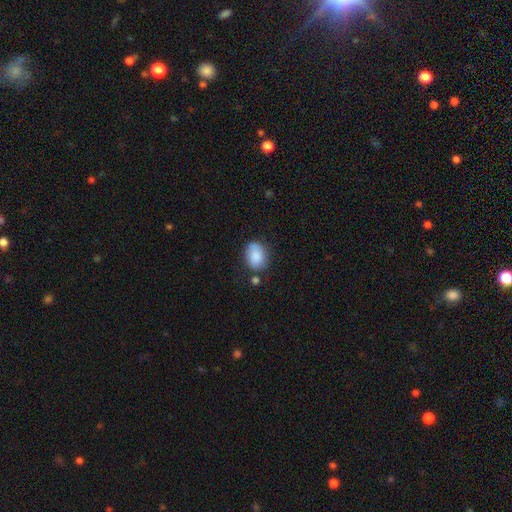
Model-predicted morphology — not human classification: Smooth or featured: smooth — 85% (featured or disk — 8%)
How rounded: in between — 69% (round — 30%)
Merging: none — 71% (minor disturbance — 19%)